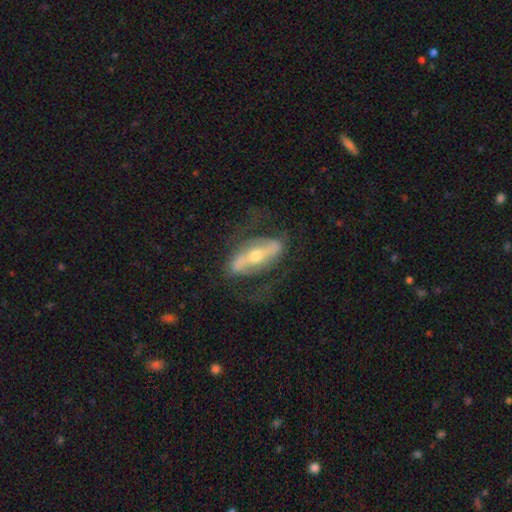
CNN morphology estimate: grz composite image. It shows a featured or disk galaxy (79%) with a strong bar (65%), spiral arms (75%) and a moderate central bulge (54%). Merging: none (67%).